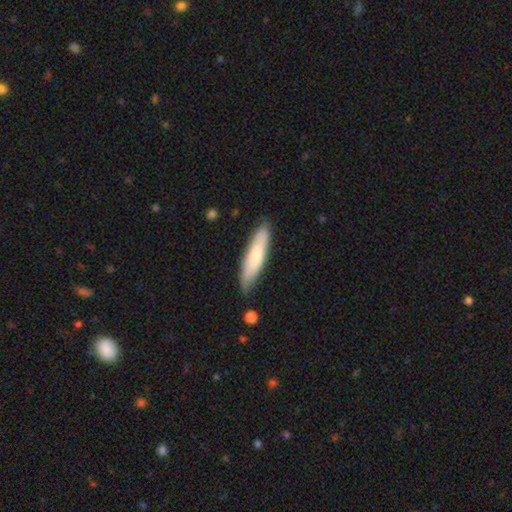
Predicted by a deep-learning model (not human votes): A smooth galaxy with no disk features (70%) that is cigar-shaped (80%). Merging: none (81%).